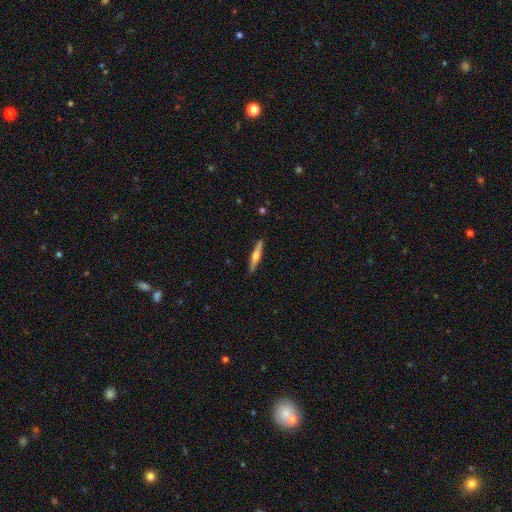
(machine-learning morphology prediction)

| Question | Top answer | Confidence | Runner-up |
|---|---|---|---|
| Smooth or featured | featured or disk | 58% | smooth (37%) |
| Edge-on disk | yes | 97% | no (3%) |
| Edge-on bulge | rounded | 89% | none (6%) |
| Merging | none | 90% | minor disturbance (7%) |